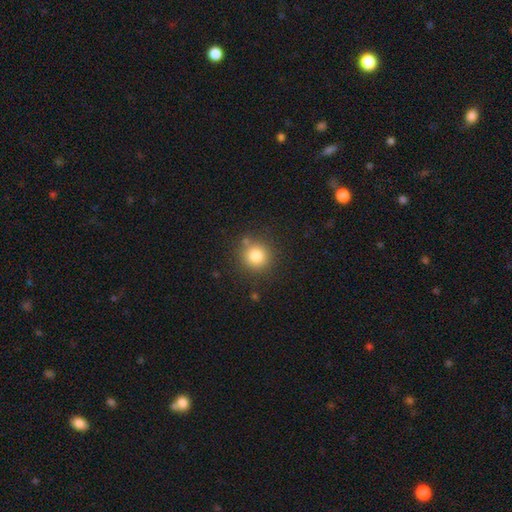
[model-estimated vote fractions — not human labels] Smooth or featured? Predicted: smooth (p=0.81). How rounded? Predicted: round (p=0.93). Merging? Predicted: none (p=0.83).